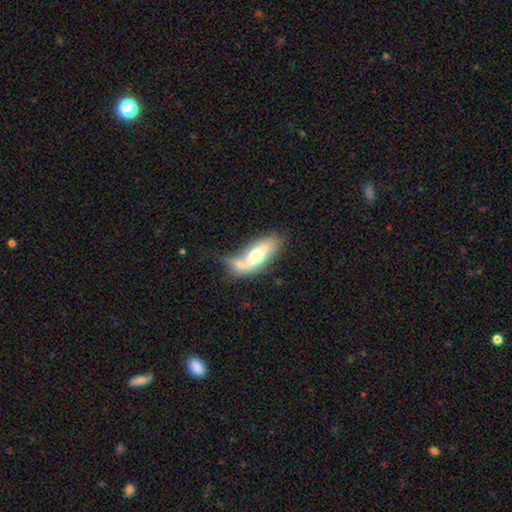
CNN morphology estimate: Q: Smooth or featured?
A: smooth (54%); runner-up: featured or disk (39%)
Q: How rounded?
A: in between (73%); runner-up: cigar-shaped (23%)
Q: Merging?
A: none (35%); runner-up: merger (32%)